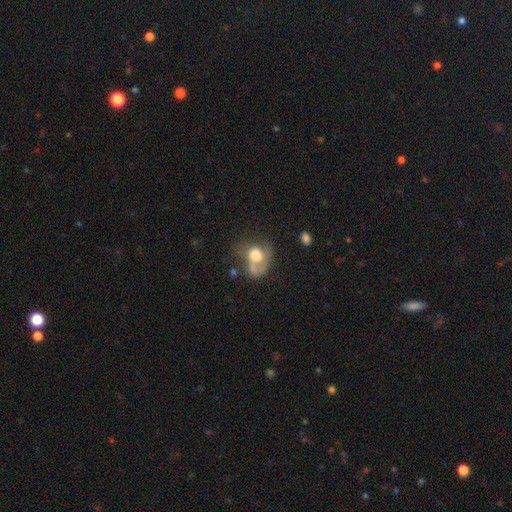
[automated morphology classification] Smooth or featured? featured or disk (46%)
Merging? major disturbance (43%)